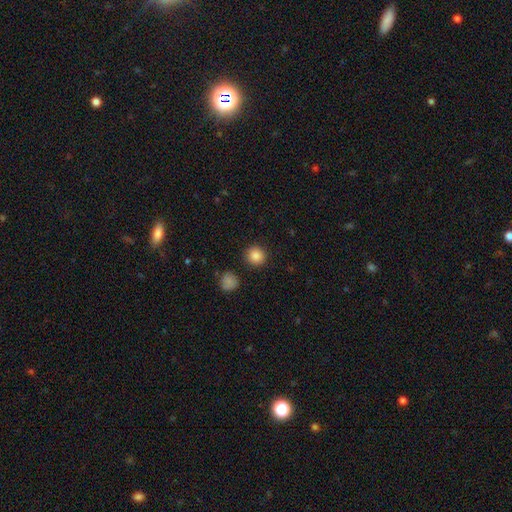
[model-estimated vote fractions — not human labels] This appears to be a smooth galaxy with no disk features (86%) that is round (94%). Merging: none (91%).